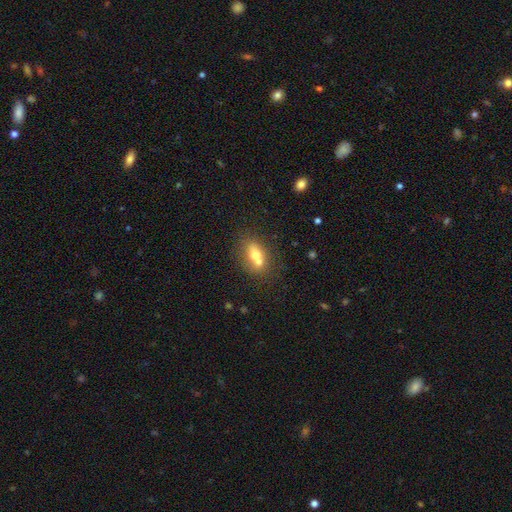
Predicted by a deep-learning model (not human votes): Morphology: type=smooth (64%); roundness=in between (71%); merging=merger (46%).